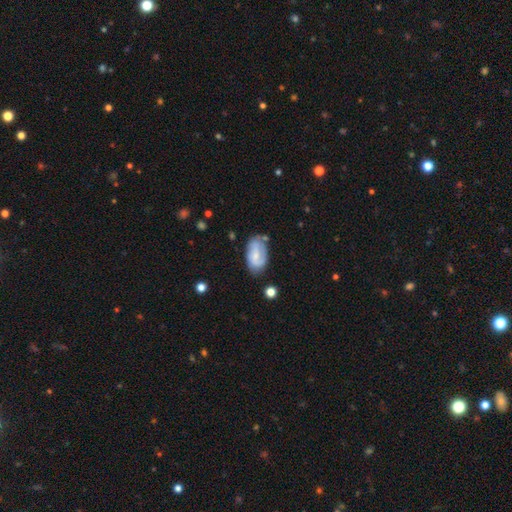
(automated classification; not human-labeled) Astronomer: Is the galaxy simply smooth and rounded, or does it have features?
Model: featured or disk — 58% (runner-up: smooth, 35%).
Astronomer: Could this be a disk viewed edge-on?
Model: no — 96%.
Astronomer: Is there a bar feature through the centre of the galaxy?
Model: weak — 44%, tied with no at 44%.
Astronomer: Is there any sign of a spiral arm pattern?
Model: yes — 85%.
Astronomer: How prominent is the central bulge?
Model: small — 58%.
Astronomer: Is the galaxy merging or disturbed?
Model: none — 63%.